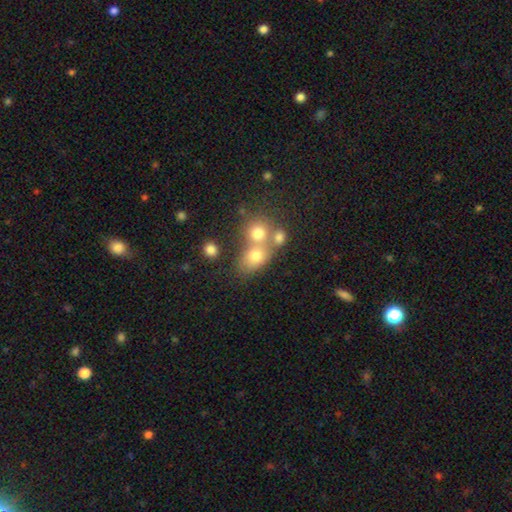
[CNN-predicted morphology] smooth_or_featured: smooth (p=0.70) [alt: featured or disk p=0.16]
how_rounded: in between (p=0.50) [alt: round p=0.49]
merging: merger (p=0.47) [alt: none p=0.38]